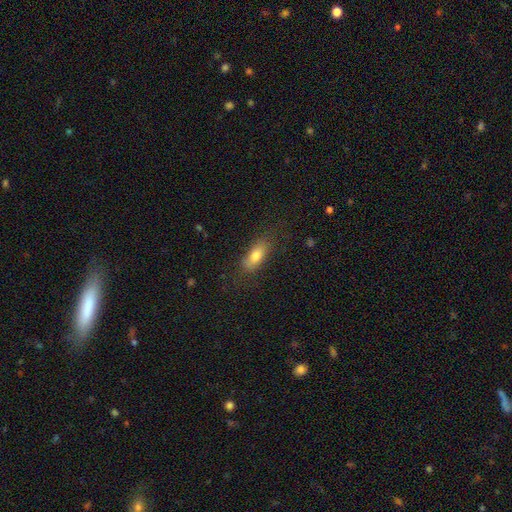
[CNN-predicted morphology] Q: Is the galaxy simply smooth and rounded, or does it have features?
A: smooth — 76%.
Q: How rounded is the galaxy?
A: in between — 77%.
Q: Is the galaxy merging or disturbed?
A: none — 70%.